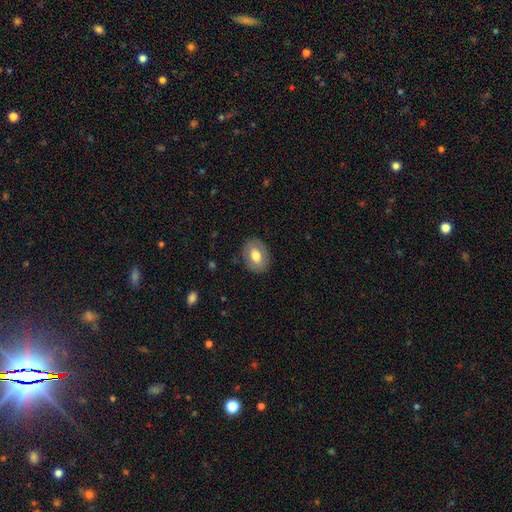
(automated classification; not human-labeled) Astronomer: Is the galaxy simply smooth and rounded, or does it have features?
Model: smooth — 71%.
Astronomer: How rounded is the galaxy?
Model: in between — 71%.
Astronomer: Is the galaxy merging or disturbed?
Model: none — 85%.